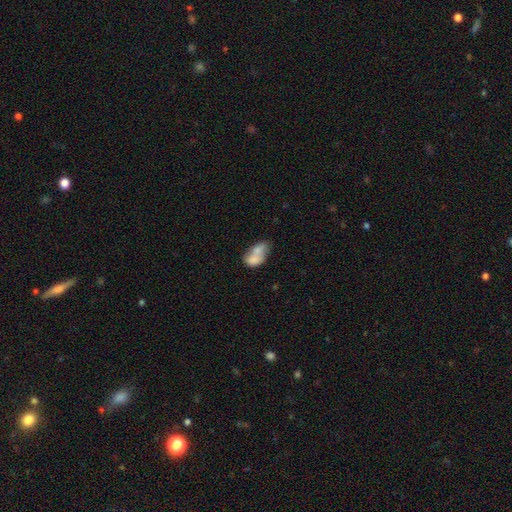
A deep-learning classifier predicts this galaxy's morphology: type=smooth (67%); roundness=in between (86%); merging=merger (55%).